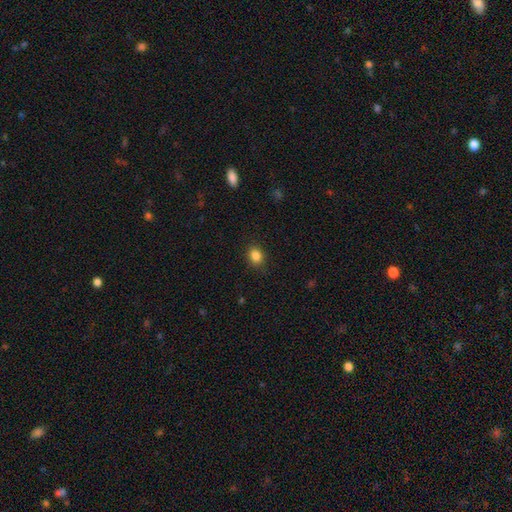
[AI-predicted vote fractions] Smooth or featured: smooth — 85% (star or artifact — 11%)
How rounded: round — 53% (in between — 46%)
Merging: none — 87% (minor disturbance — 10%)